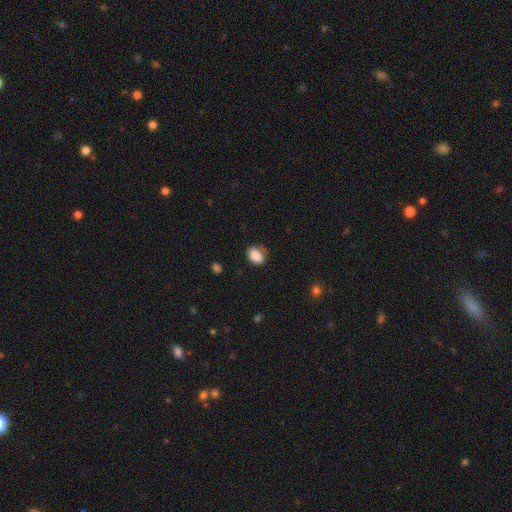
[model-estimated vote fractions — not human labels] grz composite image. It shows a smooth galaxy with no disk features (87%) that is in between round and cigar-shaped (77%). Merging: none (67%).